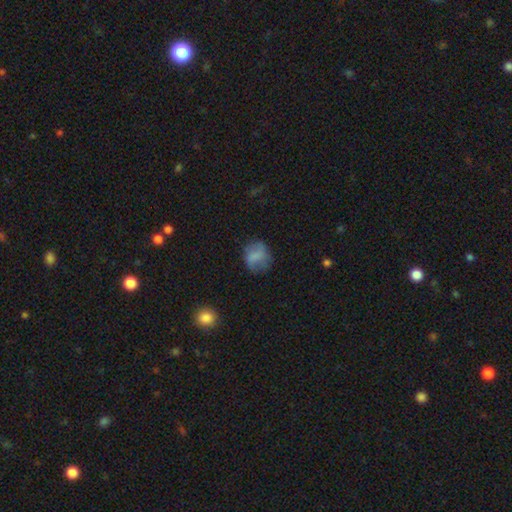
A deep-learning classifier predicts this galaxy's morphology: This is likely a smooth galaxy (71%). How rounded: likely round (67%). Merging: likely none (67%).